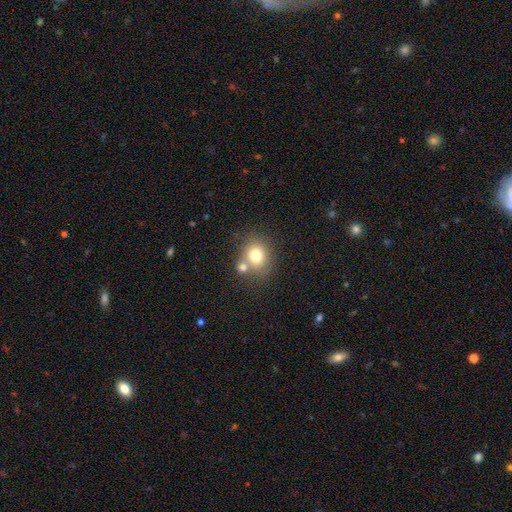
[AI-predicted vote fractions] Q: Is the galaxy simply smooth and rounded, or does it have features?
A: smooth — 75%.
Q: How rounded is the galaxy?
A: round — 68%.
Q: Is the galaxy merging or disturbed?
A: none — 56%.